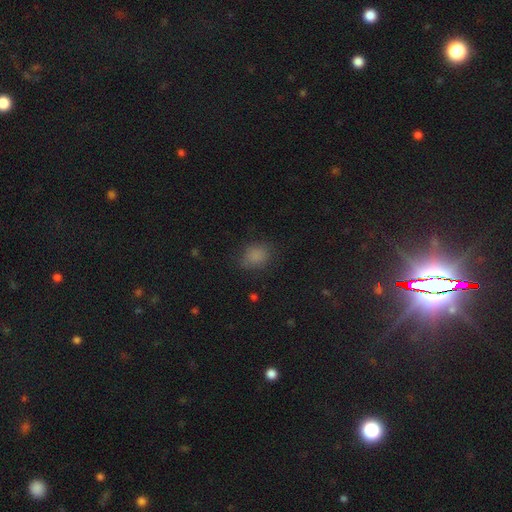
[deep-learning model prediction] This is clearly a smooth galaxy (81%). How rounded: possibly in between (54%). Merging: likely none (76%).